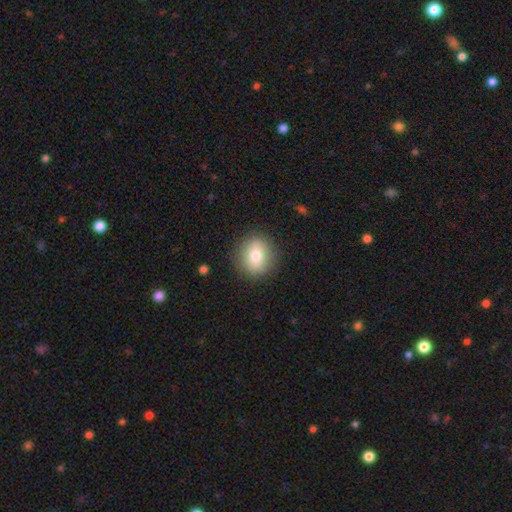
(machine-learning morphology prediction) smooth 76%, featured or disk 15%, star or artifact 9%. Down the decision tree: how rounded — round (76%); merging — none (89%).